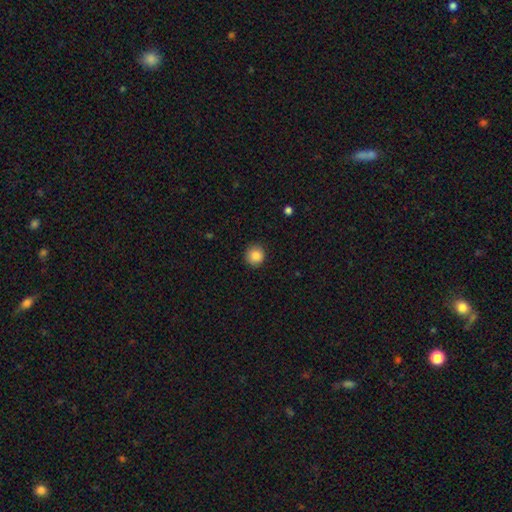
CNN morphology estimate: A smooth galaxy with no disk features (87%) that is round (92%).

Vote fractions:
- Smooth or featured? smooth: 87% / star or artifact: 9% / featured or disk: 4%
- How rounded? round: 92% / in between: 7% / cigar-shaped: 1%
- Merging? none: 90% / minor disturbance: 7% / major disturbance: 2% / merger: 1%